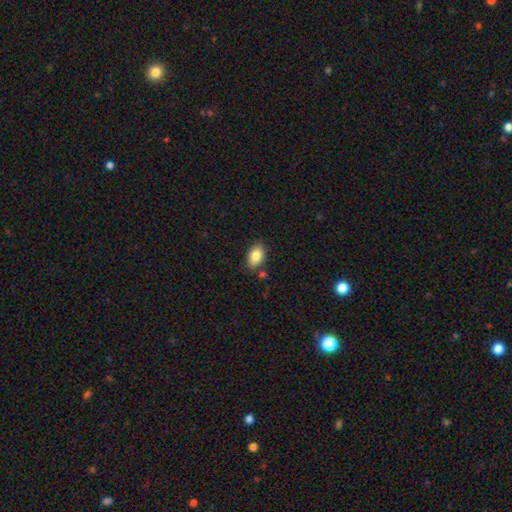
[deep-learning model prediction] Q: Smooth or featured?
A: smooth (85%); runner-up: featured or disk (8%)
Q: How rounded?
A: in between (90%); runner-up: round (9%)
Q: Merging?
A: none (80%); runner-up: minor disturbance (12%)